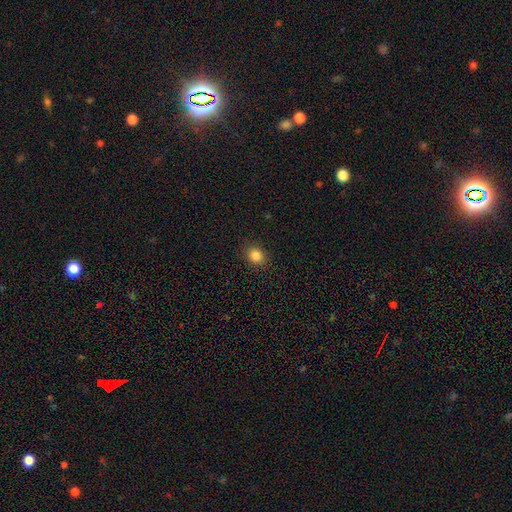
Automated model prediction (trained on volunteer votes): Smooth or featured: smooth — 85% (star or artifact — 11%)
How rounded: round — 67% (in between — 32%)
Merging: none — 89% (minor disturbance — 8%)